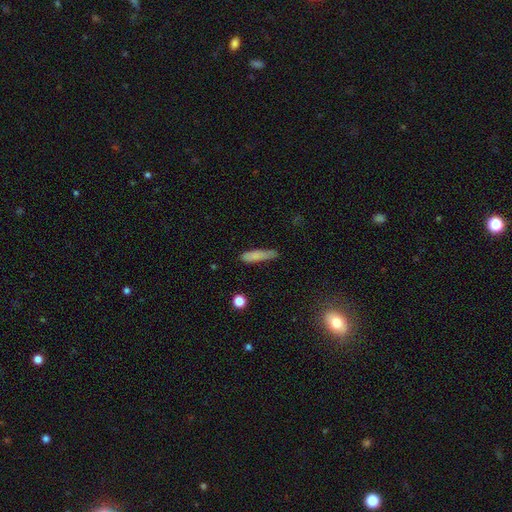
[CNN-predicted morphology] A smooth galaxy with no disk features (79%) that is cigar-shaped (77%).

Vote fractions:
- Smooth or featured? smooth: 79% / featured or disk: 13% / star or artifact: 8%
- How rounded? cigar-shaped: 77% / in between: 21% / round: 2%
- Merging? none: 66% / minor disturbance: 25% / major disturbance: 6% / merger: 3%